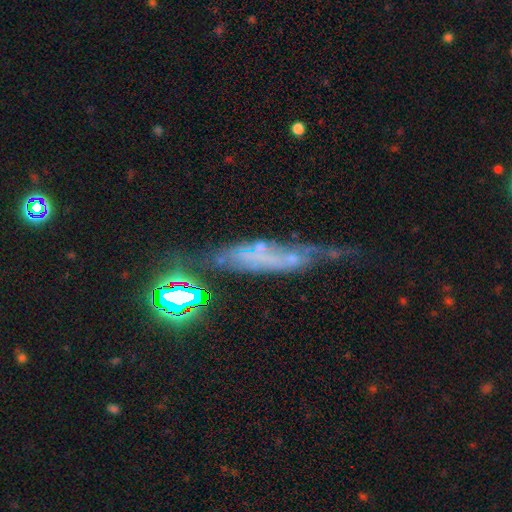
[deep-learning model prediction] smooth_or_featured: featured or disk (p=0.50) [alt: smooth p=0.29]
merging: none (p=0.35) [alt: major disturbance p=0.26]